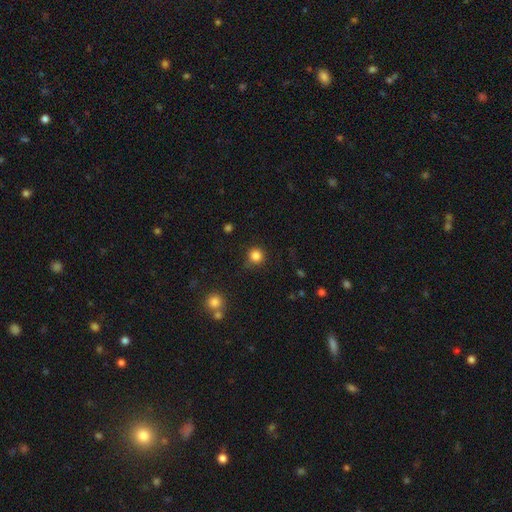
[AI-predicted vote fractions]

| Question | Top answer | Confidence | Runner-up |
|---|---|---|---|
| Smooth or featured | smooth | 84% | star or artifact (12%) |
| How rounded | round | 94% | in between (5%) |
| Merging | none | 85% | minor disturbance (10%) |